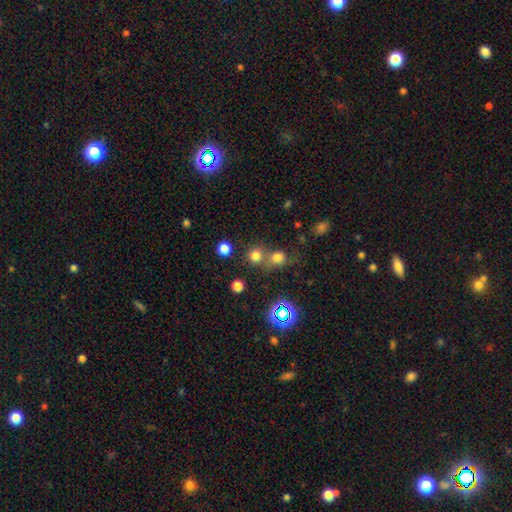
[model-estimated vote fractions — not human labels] Smooth or featured?
  - smooth: 73% *
  - star or artifact: 20%
  - featured or disk: 7%
How rounded?
  - round: 89% *
  - in between: 10%
  - cigar-shaped: 1%
Merging?
  - none: 60% *
  - merger: 30%
  - minor disturbance: 7%
  - major disturbance: 4%